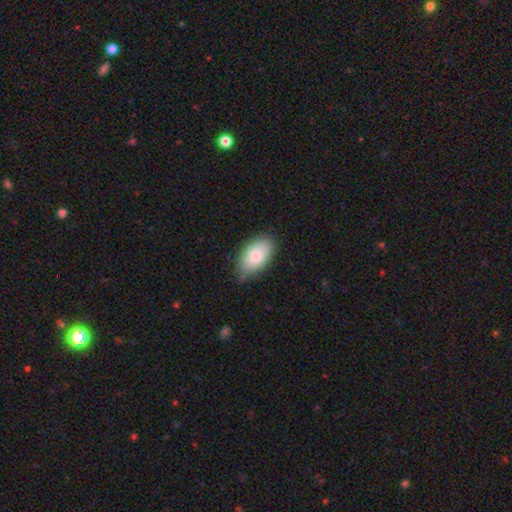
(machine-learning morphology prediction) This appears to be a smooth galaxy with no disk features (80%) that is in between round and cigar-shaped (94%). Merging: none (74%).